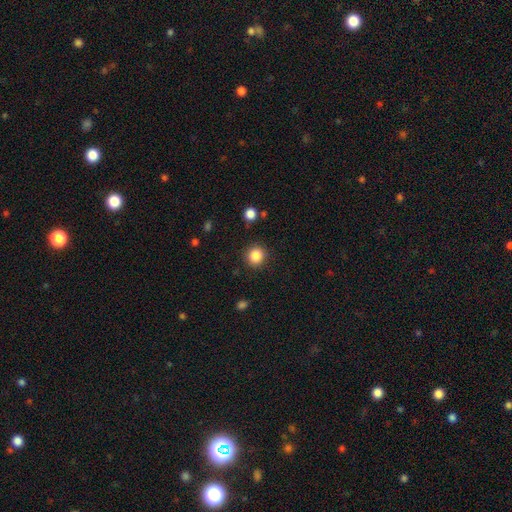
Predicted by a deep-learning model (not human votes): A smooth galaxy with no disk features (86%) that is round (88%). Merging: none (88%).